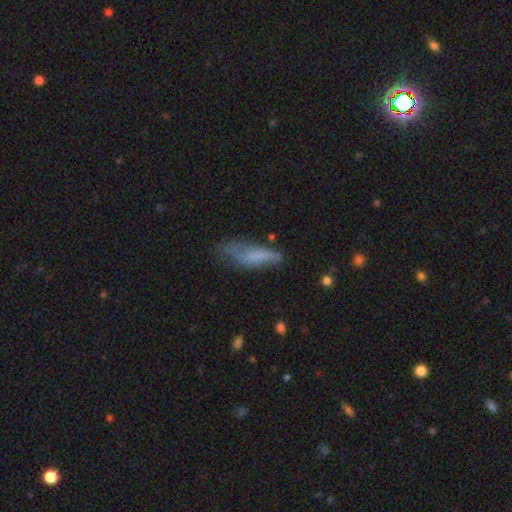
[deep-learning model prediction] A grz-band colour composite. It shows a smooth galaxy with no disk features (58%) that is cigar-shaped (57%). Merging: none (42%).